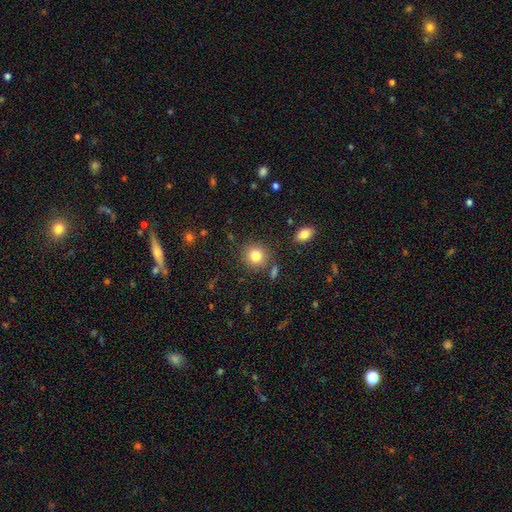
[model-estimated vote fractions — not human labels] Q: Smooth or featured?
A: smooth (82%); runner-up: star or artifact (10%)
Q: How rounded?
A: round (87%); runner-up: in between (12%)
Q: Merging?
A: none (82%); runner-up: minor disturbance (9%)